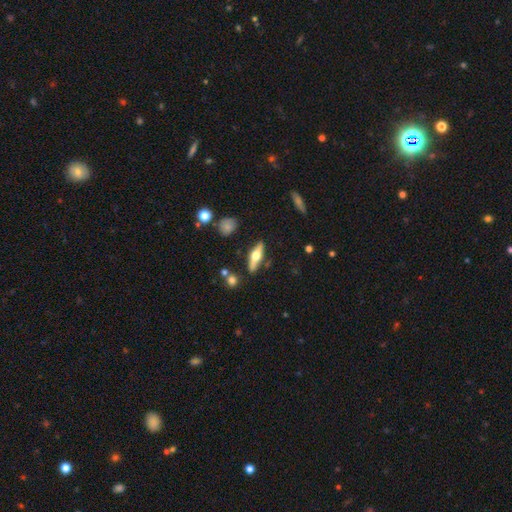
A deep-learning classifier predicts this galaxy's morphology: The model was most divided on "smooth or featured": featured or disk: 58%, smooth: 36%, star or artifact: 6%. More confident: edge-on bulge — rounded (94%); edge-on disk — yes (93%); merging — none (82%).